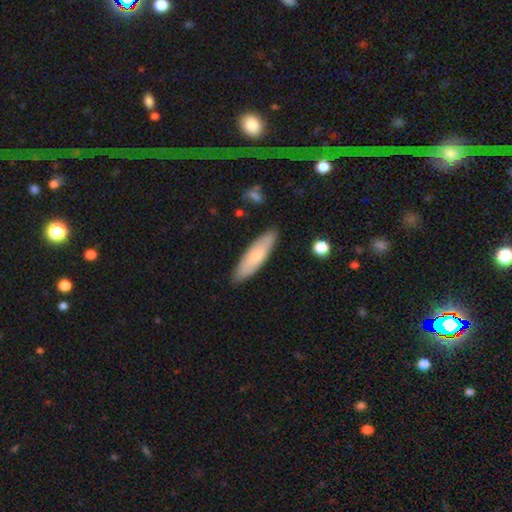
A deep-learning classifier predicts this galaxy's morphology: This is likely a smooth galaxy (69%). How rounded: likely cigar-shaped (63%). Merging: clearly none (87%).